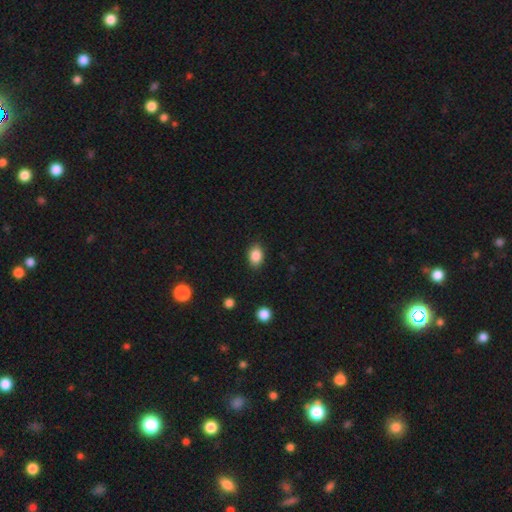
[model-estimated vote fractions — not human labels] The model was most divided on "how rounded": in between: 78%, round: 21%, cigar-shaped: 1%. More confident: smooth or featured — smooth (86%); merging — none (86%).